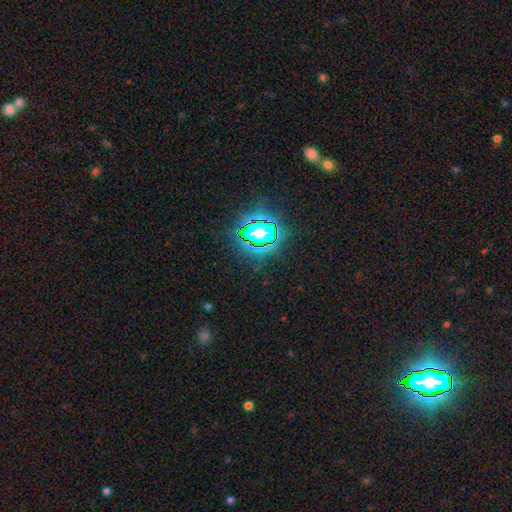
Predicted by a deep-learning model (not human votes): Overall: star or artifact (81%).